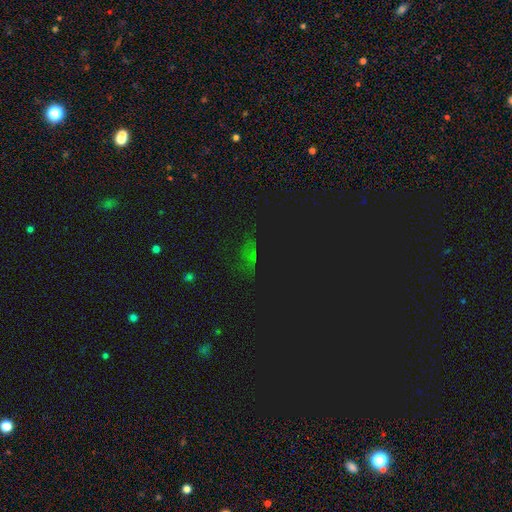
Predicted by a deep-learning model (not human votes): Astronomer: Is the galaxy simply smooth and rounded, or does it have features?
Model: star or artifact — 68%.